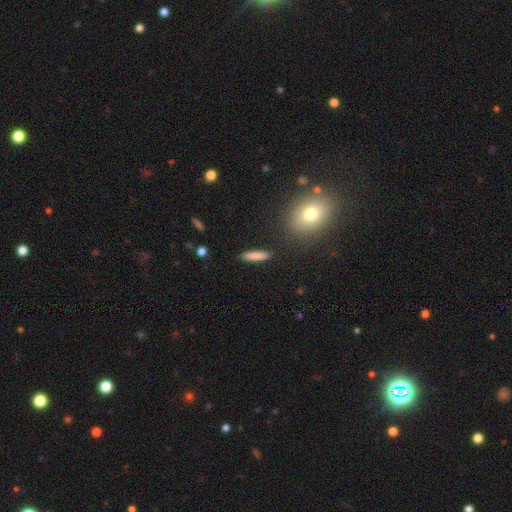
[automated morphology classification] This appears to be a smooth galaxy with no disk features (82%) that is cigar-shaped (84%). Merging: none (89%).